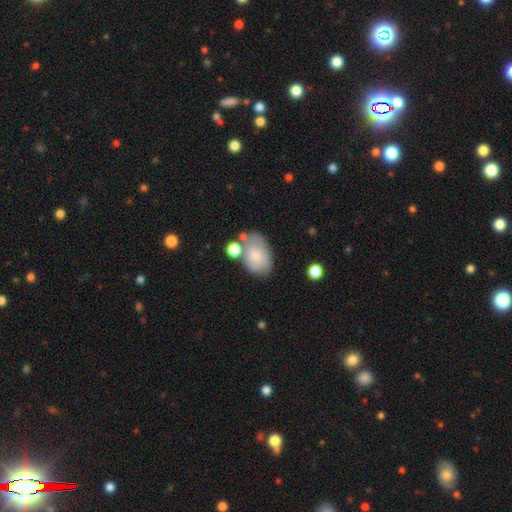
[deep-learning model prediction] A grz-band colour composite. It shows a smooth galaxy with no disk features (75%) that is in between round and cigar-shaped (85%). Merging: none (53%).